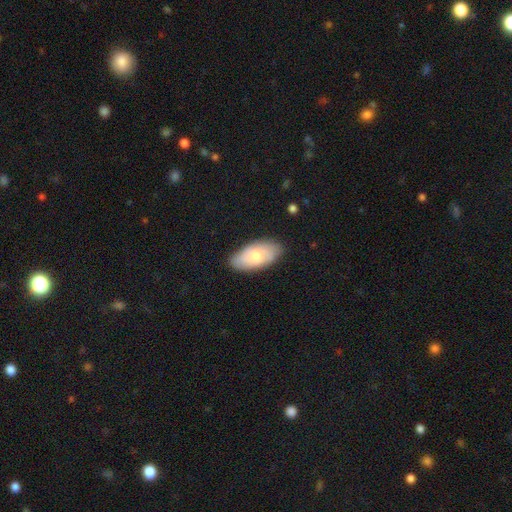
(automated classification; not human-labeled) Smooth or featured: smooth — 63% (featured or disk — 31%)
How rounded: in between — 94% (cigar-shaped — 4%)
Merging: none — 80% (minor disturbance — 16%)